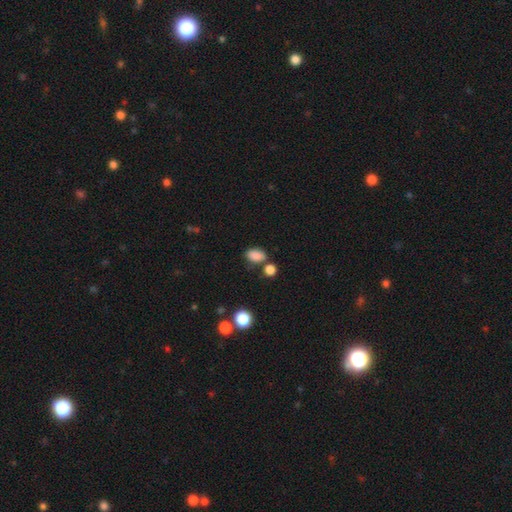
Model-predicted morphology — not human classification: A smooth galaxy with no disk features (85%) that is in between round and cigar-shaped (83%). Merging: none (64%).